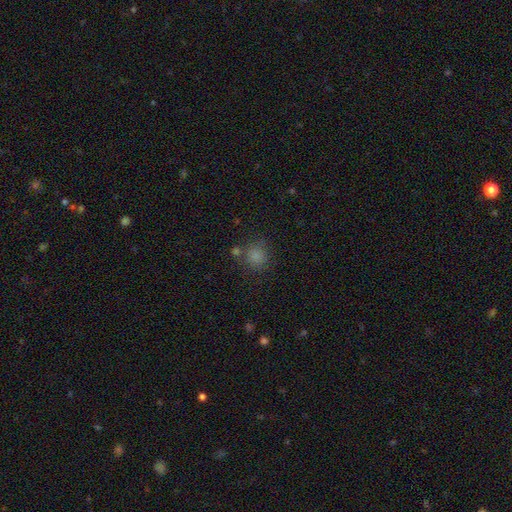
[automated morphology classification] This is clearly a smooth galaxy (80%). How rounded: clearly round (89%). Merging: likely none (70%).